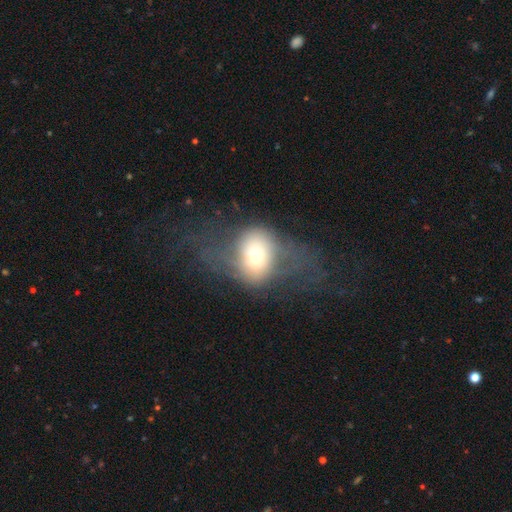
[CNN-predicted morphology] smooth 50%, featured or disk 37%, star or artifact 13%. Down the decision tree: how rounded — round (56%); merging — major disturbance (46%).